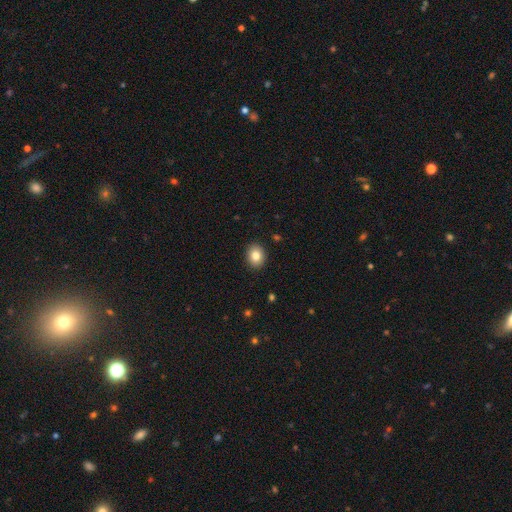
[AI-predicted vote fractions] A smooth galaxy with no disk features (84%) that is in between round and cigar-shaped (50%). Merging: none (91%).